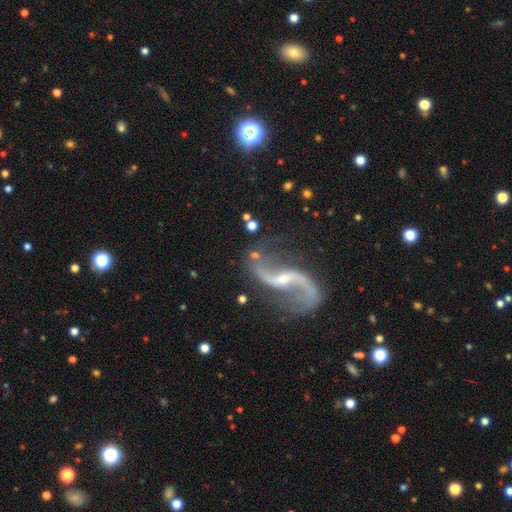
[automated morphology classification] This appears to be a featured or disk galaxy (91%) with no bar (40%), 2 (94%) loose (85%) spiral arms (97%) and a small central bulge (66%). Merging: none (72%).